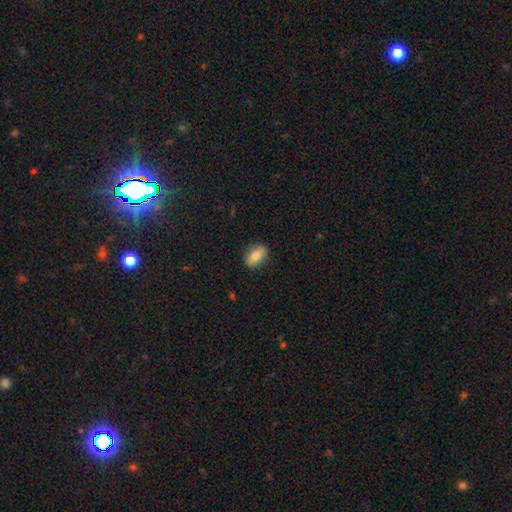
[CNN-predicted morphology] This appears to be a smooth galaxy with no disk features (78%) that is in between round and cigar-shaped (81%). Merging: none (85%).